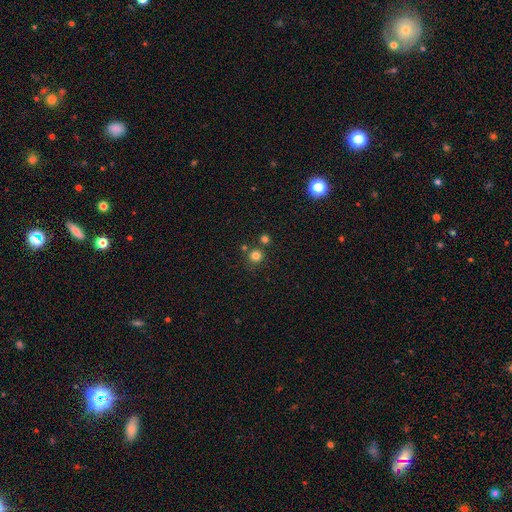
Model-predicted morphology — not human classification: The model was most divided on "smooth or featured": smooth: 79%, star or artifact: 16%, featured or disk: 5%. More confident: how rounded — round (93%); merging — none (76%).